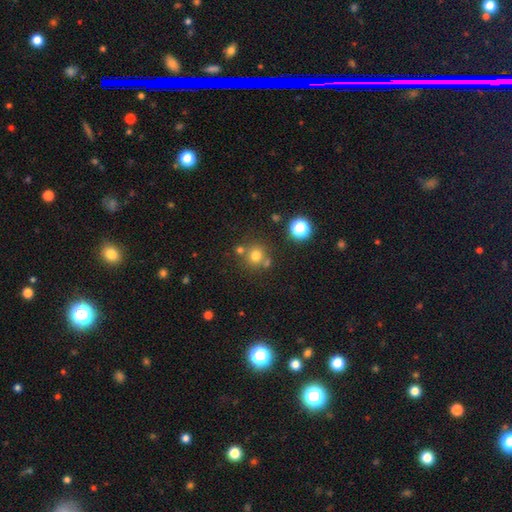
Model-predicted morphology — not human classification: Smooth or featured: smooth — 72% (star or artifact — 18%)
How rounded: round — 92% (in between — 7%)
Merging: none — 71% (merger — 17%)